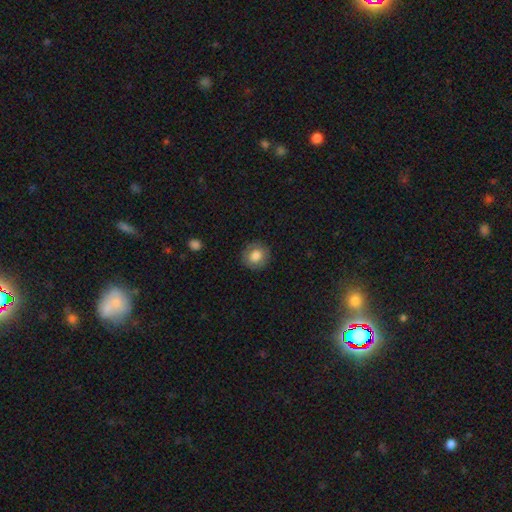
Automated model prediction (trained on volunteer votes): Overall: smooth (81%). How rounded: round (85%). Merging: none (87%).